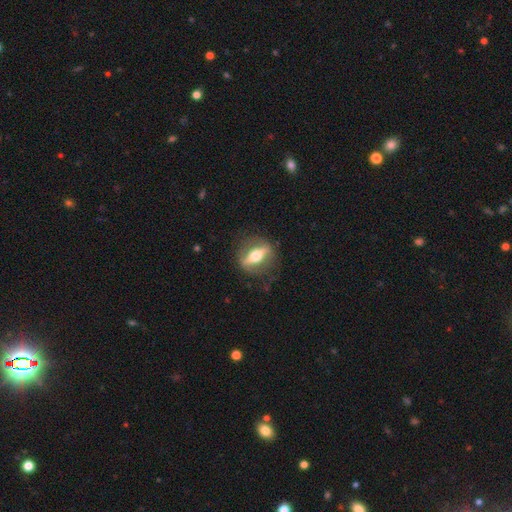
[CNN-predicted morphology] Smooth or featured? Predicted: featured or disk (p=0.69). Edge-on disk? Predicted: yes (p=0.59). Merging? Predicted: none (p=0.79).